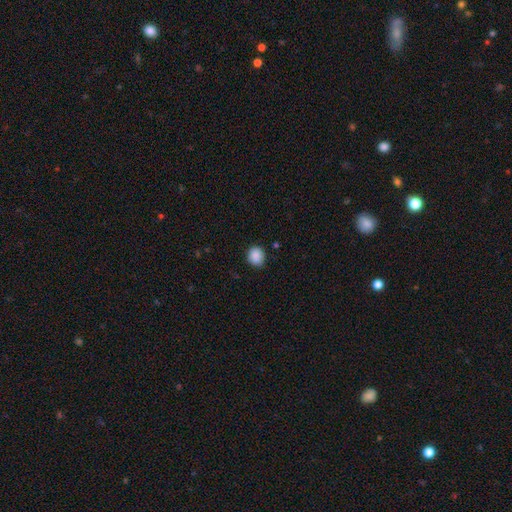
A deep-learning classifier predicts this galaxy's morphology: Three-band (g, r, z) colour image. It shows a smooth galaxy with no disk features (88%) that is round (78%). Merging: none (79%).